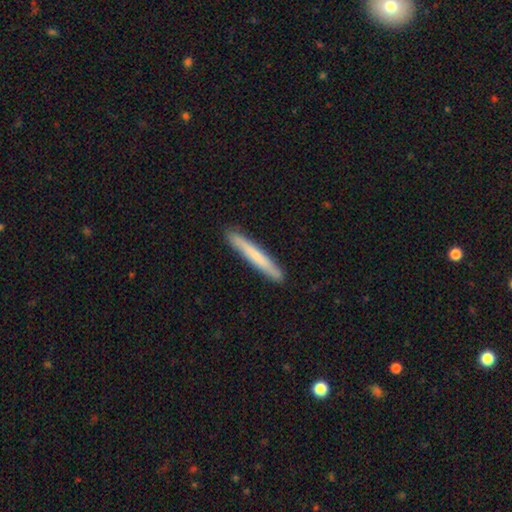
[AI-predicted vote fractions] A smooth galaxy with no disk features (66%) that is cigar-shaped (97%).

Vote fractions:
- Smooth or featured? smooth: 66% / featured or disk: 28% / star or artifact: 5%
- How rounded? cigar-shaped: 97% / in between: 2% / round: 1%
- Merging? none: 91% / minor disturbance: 7% / major disturbance: 1% / merger: 1%